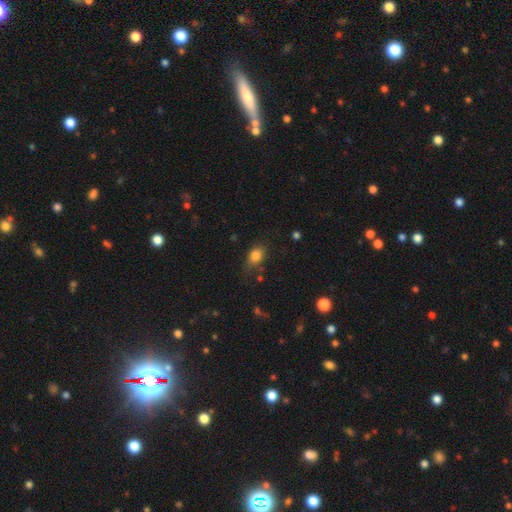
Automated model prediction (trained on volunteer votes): This appears to be a smooth galaxy with no disk features (82%) that is in between round and cigar-shaped (72%). Merging: none (69%).